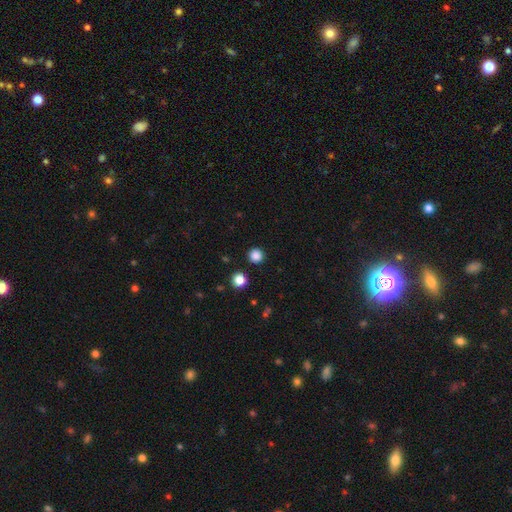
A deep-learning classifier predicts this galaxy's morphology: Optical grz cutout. It shows a smooth galaxy with no disk features (84%) that is round (95%). Merging: none (91%).